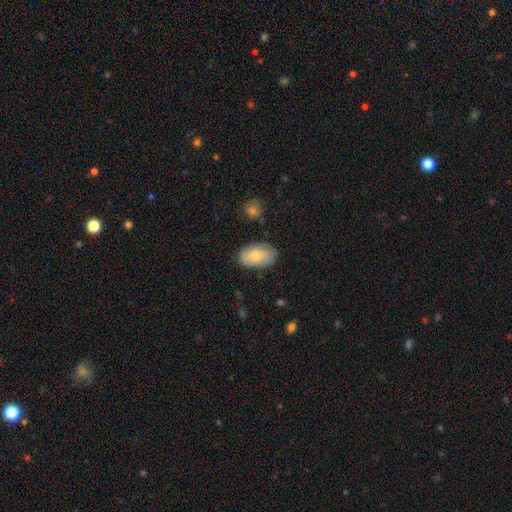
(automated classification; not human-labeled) smooth-or-featured: smooth: 76% | featured or disk: 18% | star or artifact: 6%
  how-rounded: in between: 93% | round: 6% | cigar-shaped: 2%
  merging: none: 79% | minor disturbance: 16% | major disturbance: 3% | merger: 2%